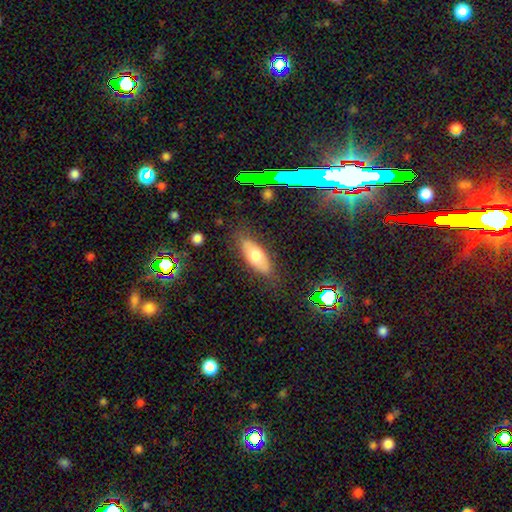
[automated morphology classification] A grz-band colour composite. It shows a smooth galaxy with no disk features (65%) that is in between round and cigar-shaped (75%). Merging: none (79%).